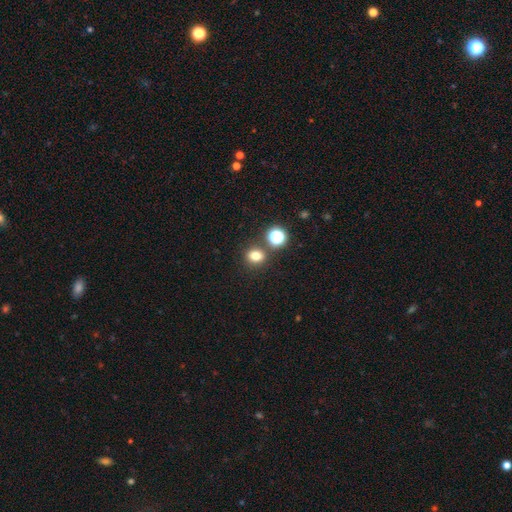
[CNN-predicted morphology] smooth_or_featured: smooth (p=0.76) [alt: star or artifact p=0.17]
how_rounded: round (p=0.69) [alt: in between p=0.30]
merging: none (p=0.78) [alt: merger p=0.11]